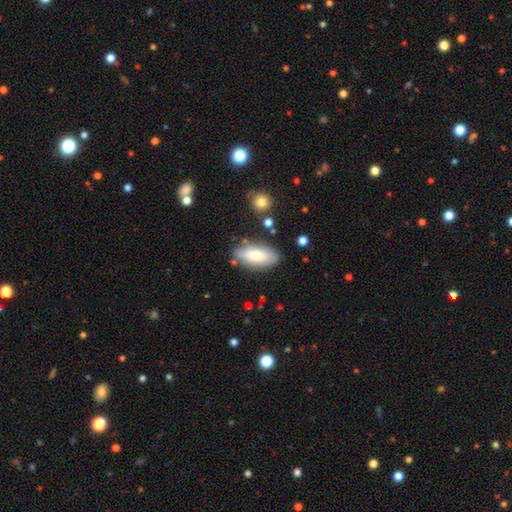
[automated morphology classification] This appears to be a smooth galaxy with no disk features (69%) that is in between round and cigar-shaped (81%). Merging: none (79%).